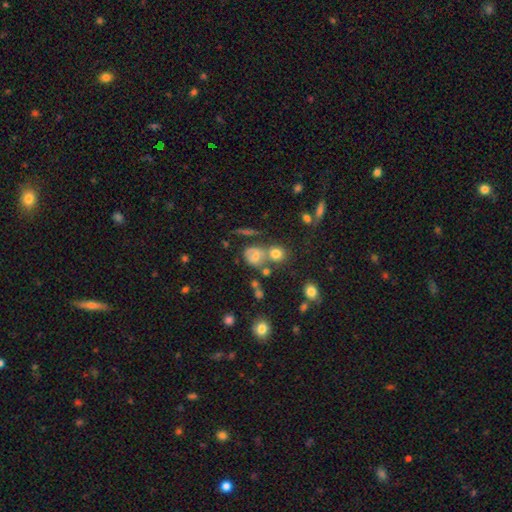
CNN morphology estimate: A smooth galaxy with no disk features (52%) that is round (64%). Merging: none (45%).